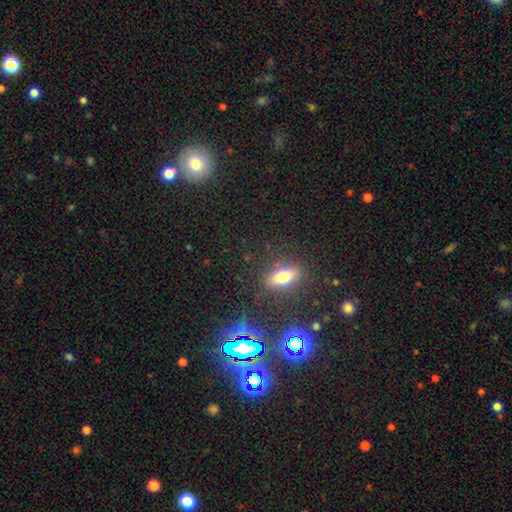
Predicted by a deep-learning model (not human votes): This is marginally a star or artifact rather than a galaxy (42%).